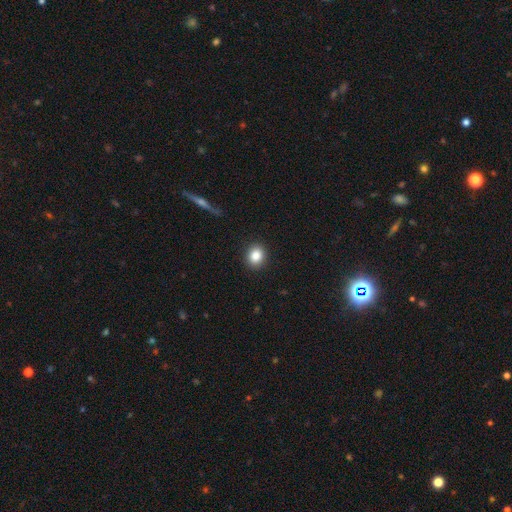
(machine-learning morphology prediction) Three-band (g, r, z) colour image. It shows a smooth galaxy with no disk features (85%) that is round (64%). Merging: none (91%).